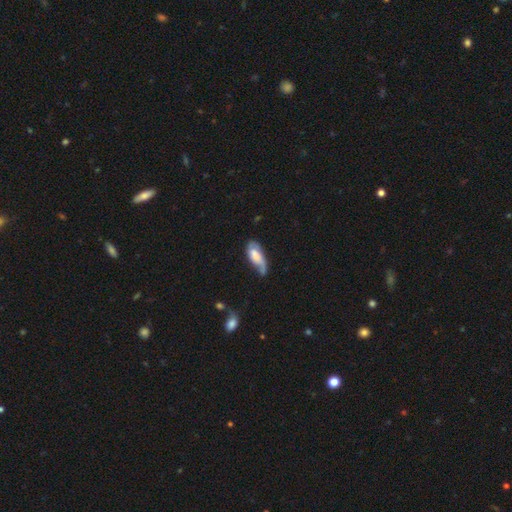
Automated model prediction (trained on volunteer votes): A smooth galaxy with no disk features (56%) that is in between round and cigar-shaped (80%).

Vote fractions:
- Smooth or featured? smooth: 56% / featured or disk: 37% / star or artifact: 7%
- How rounded? in between: 80% / cigar-shaped: 18% / round: 2%
- Merging? minor disturbance: 37% / none: 34% / major disturbance: 23% / merger: 6%